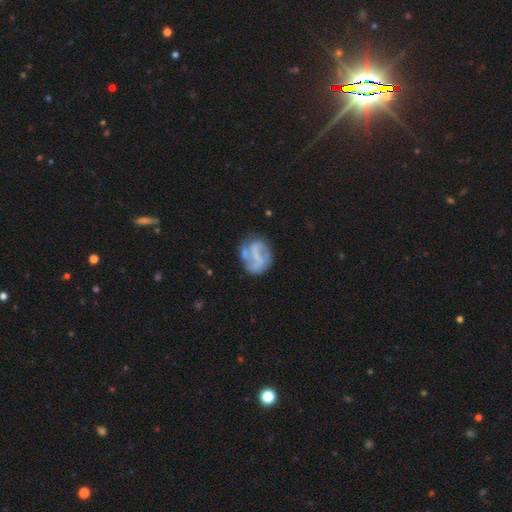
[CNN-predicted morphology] A featured or disk galaxy (66%) with a weak bar (36%), spiral arms (66%) and no central bulge (60%). Merging: none (55%).